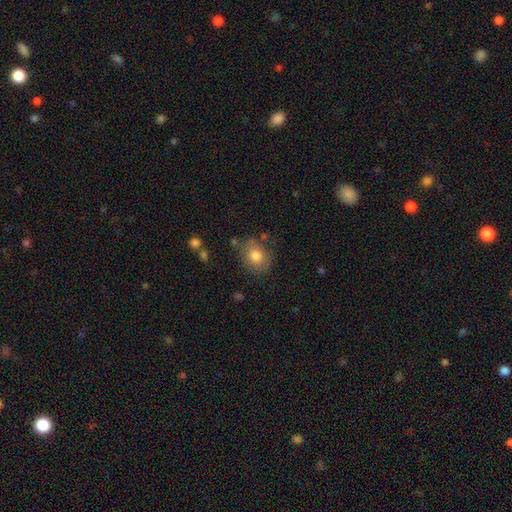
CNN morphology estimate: smooth_or_featured: smooth (p=0.79) [alt: featured or disk p=0.12]
how_rounded: round (p=0.55) [alt: in between p=0.44]
merging: none (p=0.76) [alt: minor disturbance p=0.16]